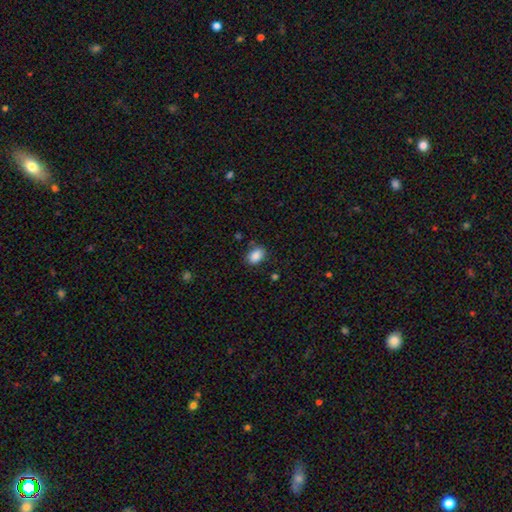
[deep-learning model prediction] Smooth or featured?
  - smooth: 87% *
  - star or artifact: 8%
  - featured or disk: 4%
How rounded?
  - in between: 77% *
  - round: 22%
  - cigar-shaped: 1%
Merging?
  - none: 80% *
  - minor disturbance: 14%
  - major disturbance: 3%
  - merger: 3%